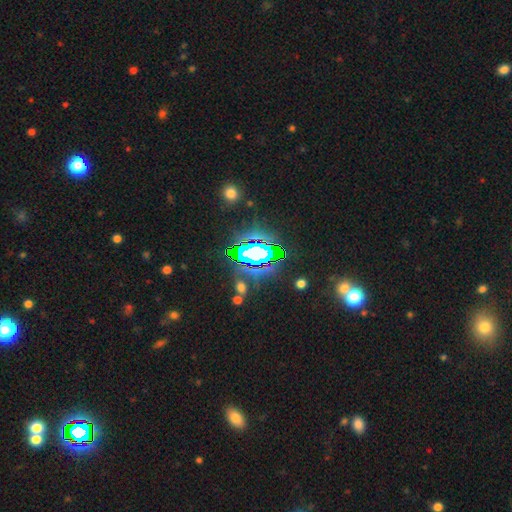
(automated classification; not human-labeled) star or artifact 68%, smooth 16%, featured or disk 15%.